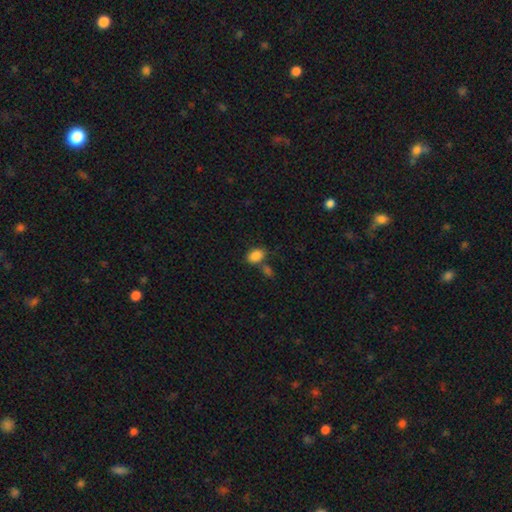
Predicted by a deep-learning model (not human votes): A smooth galaxy with no disk features (86%) that is in between round and cigar-shaped (81%). Merging: none (62%).